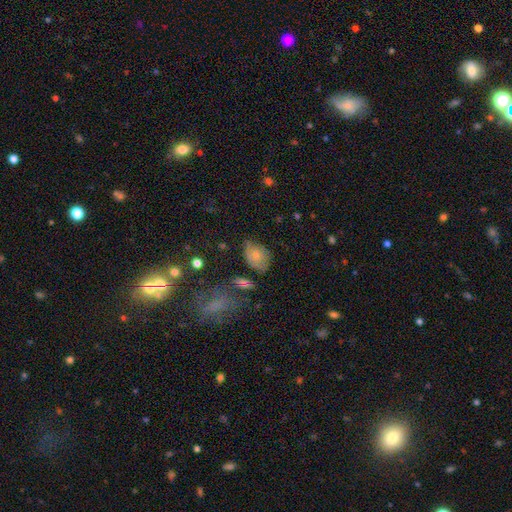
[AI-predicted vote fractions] smooth-or-featured: smooth: 66% | featured or disk: 24% | star or artifact: 9%
  how-rounded: in between: 75% | round: 23% | cigar-shaped: 2%
  merging: none: 51% | minor disturbance: 32% | major disturbance: 11% | merger: 5%